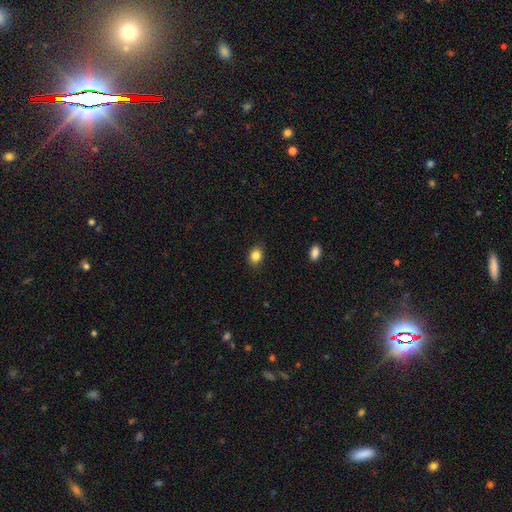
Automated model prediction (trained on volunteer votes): This is clearly a smooth galaxy (85%). How rounded: possibly in between (50%). Merging: clearly none (87%).